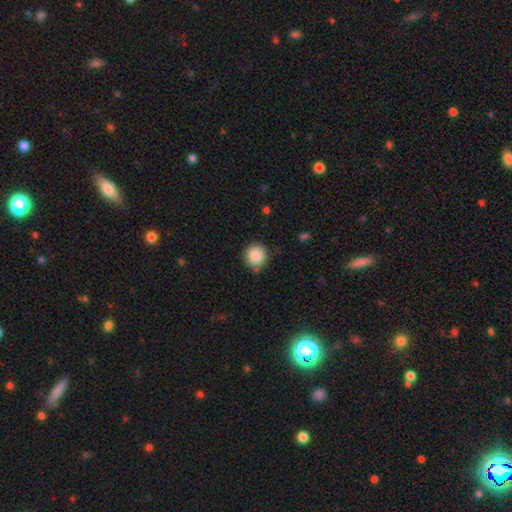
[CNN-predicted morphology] This appears to be a smooth galaxy with no disk features (88%) that is round (94%). Merging: none (85%).